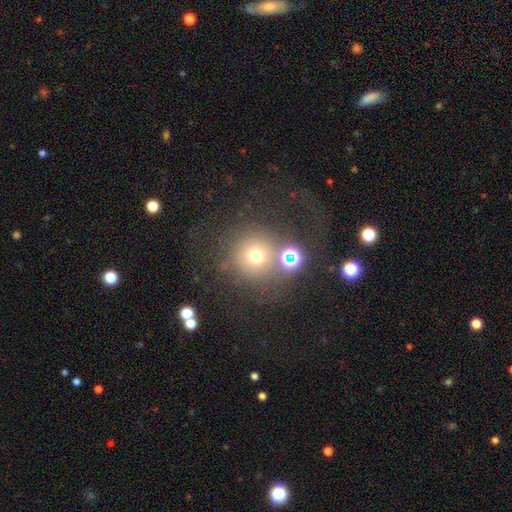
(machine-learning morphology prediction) A smooth galaxy with no disk features (67%) that is round (94%).

Vote fractions:
- Smooth or featured? smooth: 67% / star or artifact: 22% / featured or disk: 11%
- How rounded? round: 94% / in between: 5% / cigar-shaped: 1%
- Merging? none: 73% / merger: 12% / minor disturbance: 9% / major disturbance: 6%